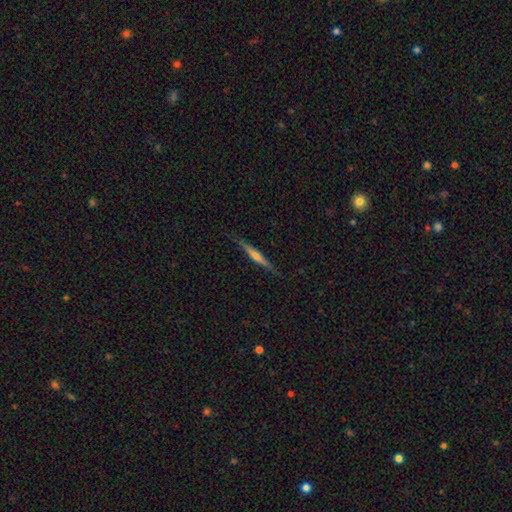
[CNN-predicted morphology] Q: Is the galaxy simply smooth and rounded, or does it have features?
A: featured or disk — 67%.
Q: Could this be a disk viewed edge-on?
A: yes — 98%.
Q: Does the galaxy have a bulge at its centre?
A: rounded — 67%.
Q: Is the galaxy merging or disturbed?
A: none — 86%.